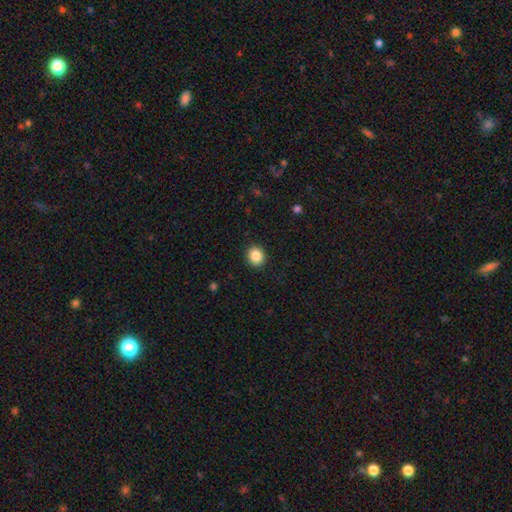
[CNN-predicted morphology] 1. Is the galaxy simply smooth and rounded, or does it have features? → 87% smooth, 9% star or artifact, 4% featured or disk.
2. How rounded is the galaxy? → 74% round, 25% in between, 1% cigar-shaped.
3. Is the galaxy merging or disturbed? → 91% none, 6% minor disturbance, 2% major disturbance, 1% merger.